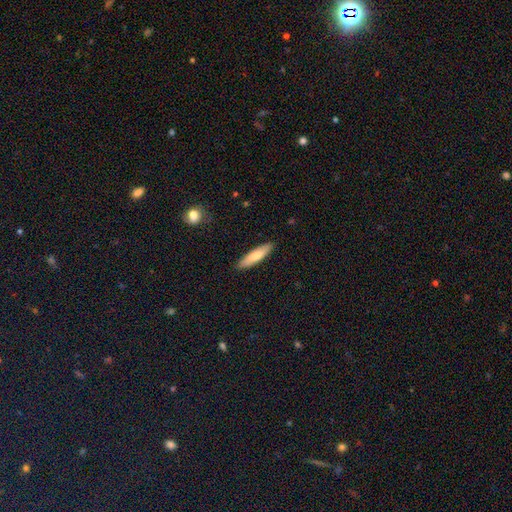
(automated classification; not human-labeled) smooth 74%, featured or disk 21%, star or artifact 5%. Down the decision tree: how rounded — cigar-shaped (77%); merging — none (89%).